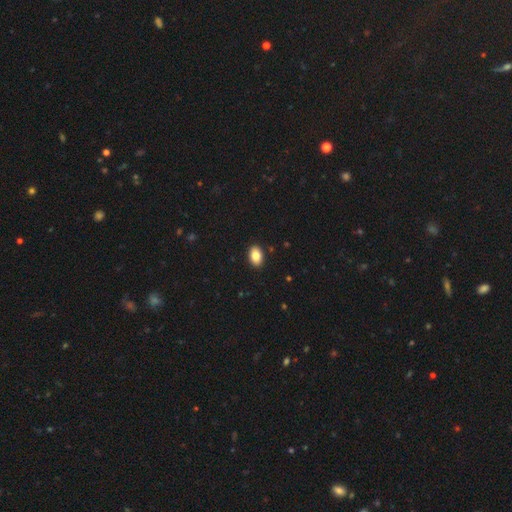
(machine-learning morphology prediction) smooth 84%, star or artifact 8%, featured or disk 8%. Down the decision tree: how rounded — in between (87%); merging — none (91%).